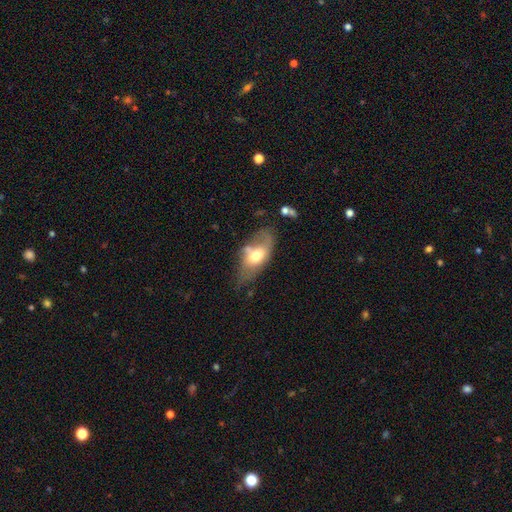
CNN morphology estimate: Smooth or featured? smooth (54%)
How rounded? in between (88%)
Merging? none (42%)